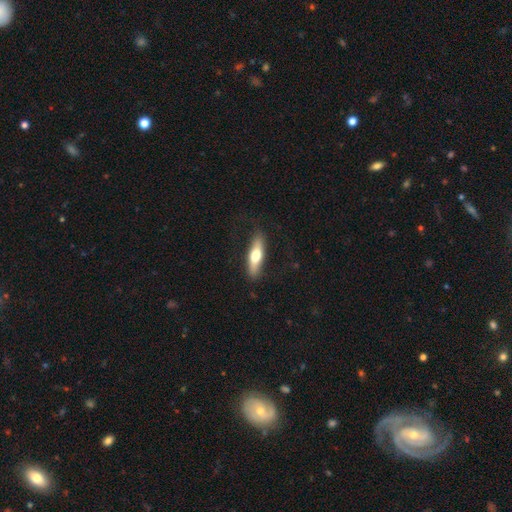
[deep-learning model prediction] smooth-or-featured: smooth: 59% | featured or disk: 36% | star or artifact: 5%
  how-rounded: cigar-shaped: 64% | in between: 34% | round: 2%
  merging: none: 82% | minor disturbance: 14% | major disturbance: 3% | merger: 1%